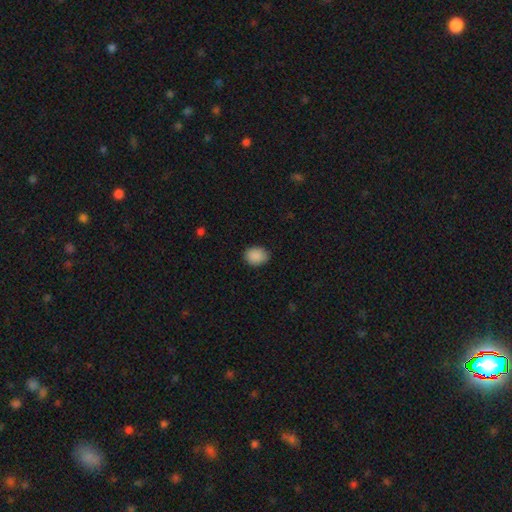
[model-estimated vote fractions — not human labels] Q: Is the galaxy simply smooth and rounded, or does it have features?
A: smooth — 89%.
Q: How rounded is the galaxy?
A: in between — 51%.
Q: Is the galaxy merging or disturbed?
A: none — 84%.